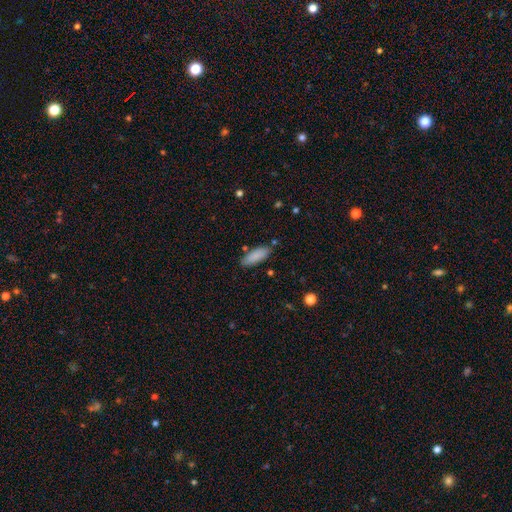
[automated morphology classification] smooth_or_featured: smooth (p=0.87) [alt: star or artifact p=0.06]
how_rounded: in between (p=0.68) [alt: cigar-shaped p=0.31]
merging: none (p=0.82) [alt: minor disturbance p=0.12]